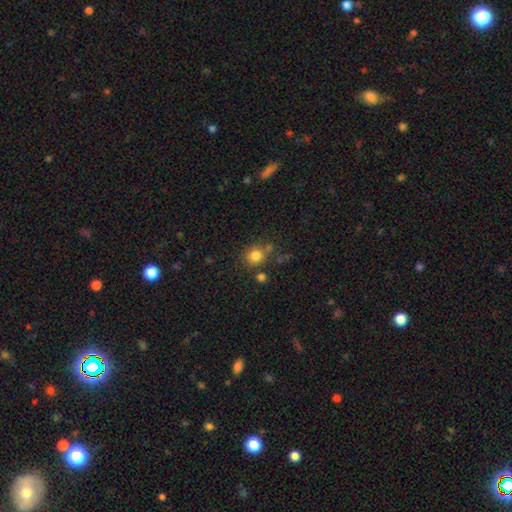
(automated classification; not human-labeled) Smooth or featured?
  - smooth: 81% *
  - star or artifact: 12%
  - featured or disk: 7%
How rounded?
  - round: 85% *
  - in between: 14%
  - cigar-shaped: 1%
Merging?
  - none: 70% *
  - minor disturbance: 13%
  - merger: 12%
  - major disturbance: 5%